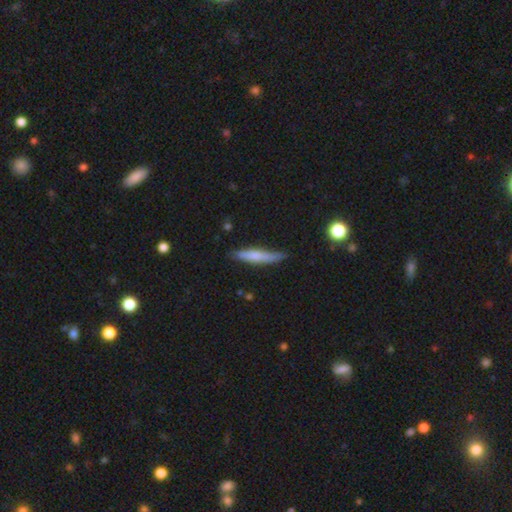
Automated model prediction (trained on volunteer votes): smooth_or_featured: smooth (p=0.63) [alt: featured or disk p=0.30]
how_rounded: cigar-shaped (p=0.90) [alt: in between p=0.09]
merging: none (p=0.75) [alt: minor disturbance p=0.19]